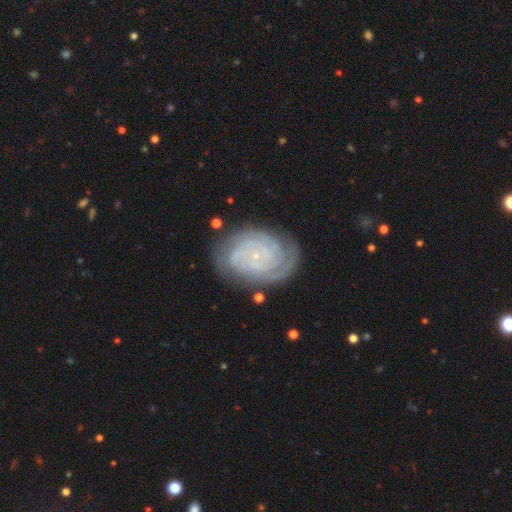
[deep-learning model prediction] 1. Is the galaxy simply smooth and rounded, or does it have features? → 85% featured or disk, 9% smooth, 7% star or artifact.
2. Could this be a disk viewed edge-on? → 97% no, 3% yes.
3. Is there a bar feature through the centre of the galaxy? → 78% no, 16% weak, 5% strong.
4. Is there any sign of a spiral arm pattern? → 97% yes, 3% no.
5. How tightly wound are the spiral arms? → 83% tight, 14% medium, 3% loose.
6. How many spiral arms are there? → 30% 2, 24% can't tell, 19% 3, 13% 4, 8% more than 4, 6% 1.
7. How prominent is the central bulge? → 88% small, 6% moderate, 4% none, 1% large, 1% dominant.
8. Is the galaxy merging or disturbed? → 77% none, 16% minor disturbance, 5% major disturbance, 2% merger.